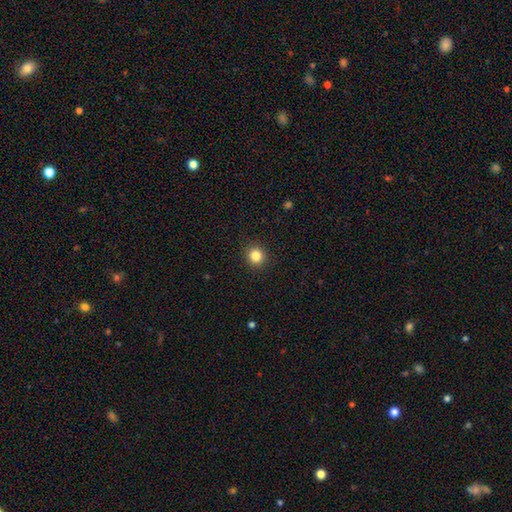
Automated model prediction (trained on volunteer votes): Smooth or featured: smooth — 84% (star or artifact — 11%)
How rounded: round — 92% (in between — 8%)
Merging: none — 92% (minor disturbance — 5%)